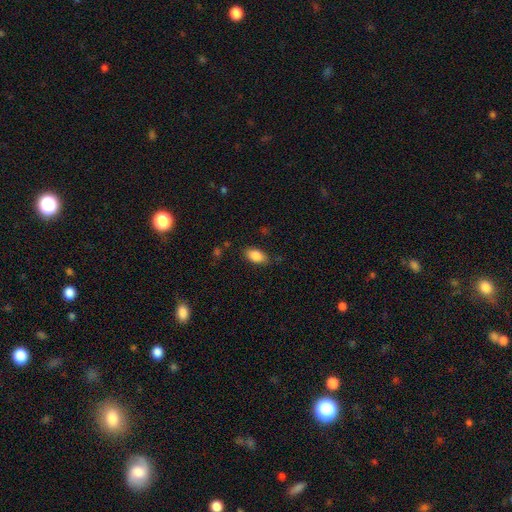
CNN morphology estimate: This is clearly a smooth galaxy (86%). How rounded: clearly in between (92%). Merging: likely none (79%).